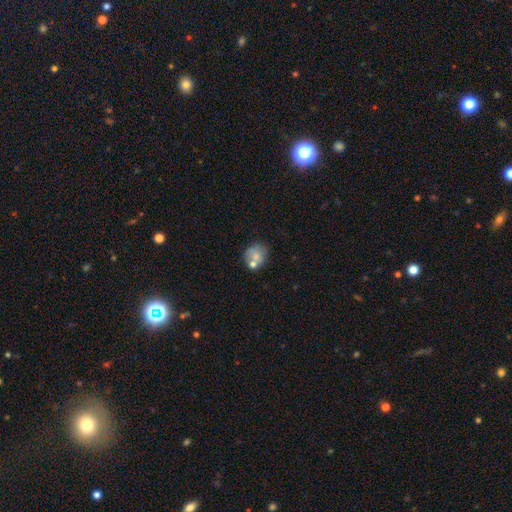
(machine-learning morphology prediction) smooth-or-featured: smooth: 65% | featured or disk: 25% | star or artifact: 10%
  how-rounded: round: 70% | in between: 29% | cigar-shaped: 1%
  merging: none: 50% | merger: 26% | minor disturbance: 17% | major disturbance: 7%